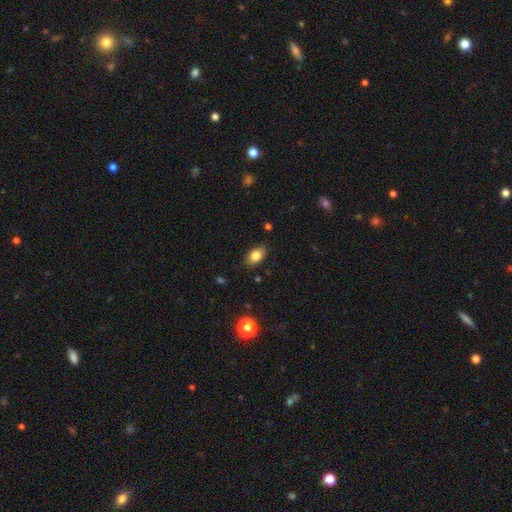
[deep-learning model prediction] Smooth or featured? smooth (81%)
How rounded? in between (87%)
Merging? none (83%)